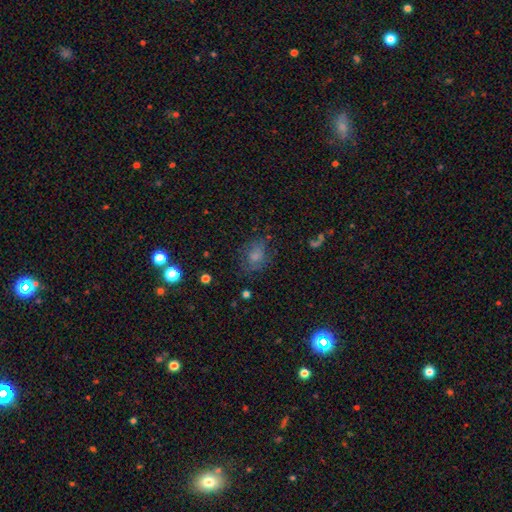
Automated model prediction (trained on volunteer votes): A smooth galaxy with no disk features (65%) that is in between round and cigar-shaped (52%).

Vote fractions:
- Smooth or featured? smooth: 65% / featured or disk: 19% / star or artifact: 16%
- How rounded? in between: 52% / round: 46% / cigar-shaped: 2%
- Merging? none: 61% / minor disturbance: 22% / major disturbance: 15% / merger: 2%